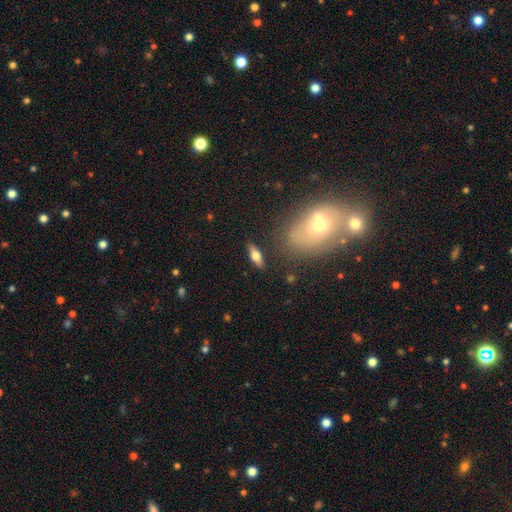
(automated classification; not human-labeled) This appears to be a smooth galaxy with no disk features (48%). Merging: none (84%).